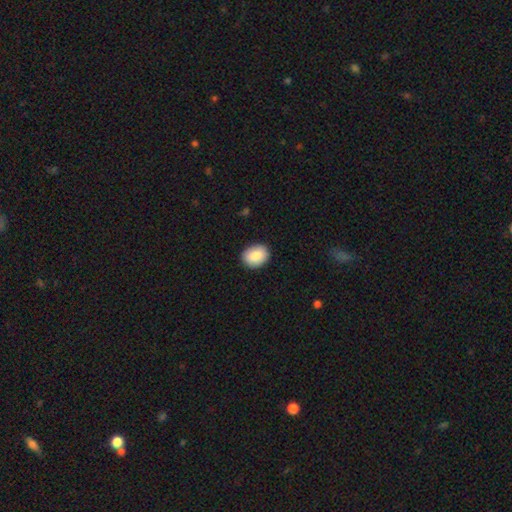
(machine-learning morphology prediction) The model was most divided on "how rounded": in between: 60%, round: 39%, cigar-shaped: 1%. More confident: merging — none (89%); smooth or featured — smooth (87%).